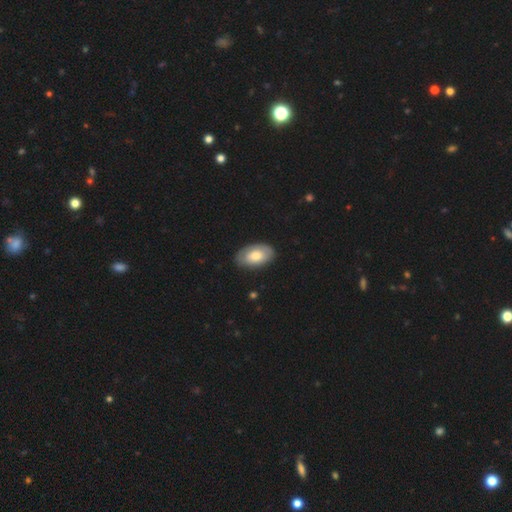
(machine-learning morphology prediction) Smooth or featured: smooth — 73% (featured or disk — 21%)
How rounded: in between — 93% (round — 5%)
Merging: none — 83% (minor disturbance — 13%)